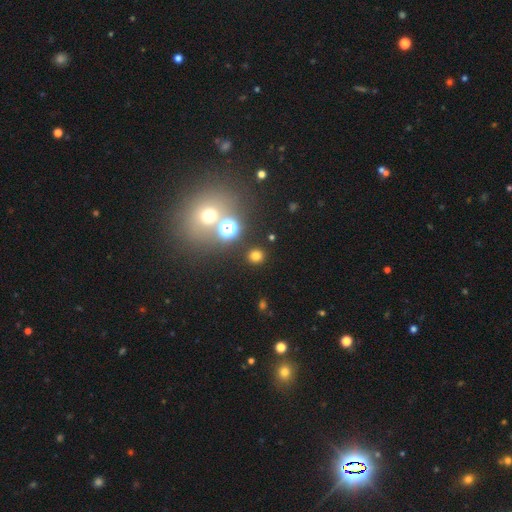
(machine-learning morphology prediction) smooth_or_featured: smooth (p=0.73) [alt: star or artifact p=0.22]
how_rounded: round (p=0.88) [alt: in between p=0.11]
merging: none (p=0.88) [alt: minor disturbance p=0.06]